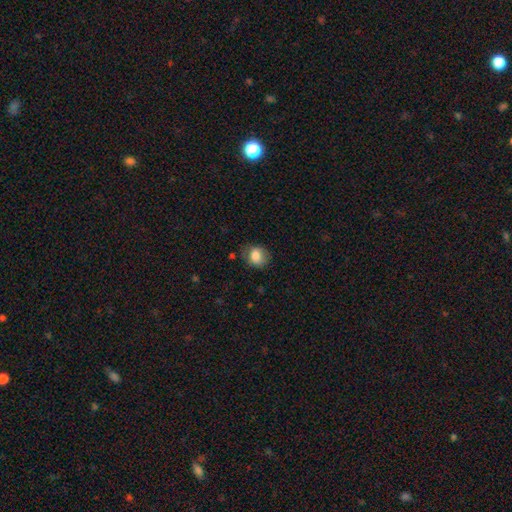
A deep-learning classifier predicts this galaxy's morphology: Smooth or featured? smooth (81%)
How rounded? round (60%)
Merging? none (73%)